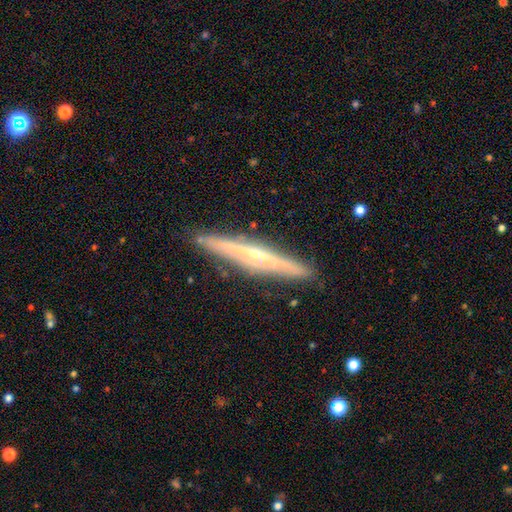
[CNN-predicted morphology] Overall: featured or disk (73%). Edge-on disk: yes (96%). Edge-on bulge: rounded (63%; none 31%). Merging: none (90%).